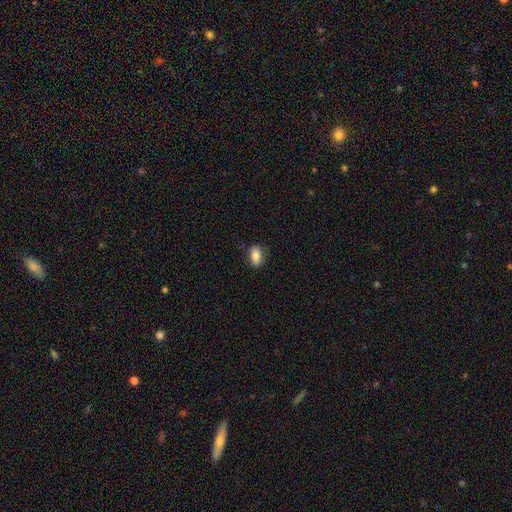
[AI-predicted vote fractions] Overall: smooth (81%). How rounded: in between (84%). Merging: none (81%).